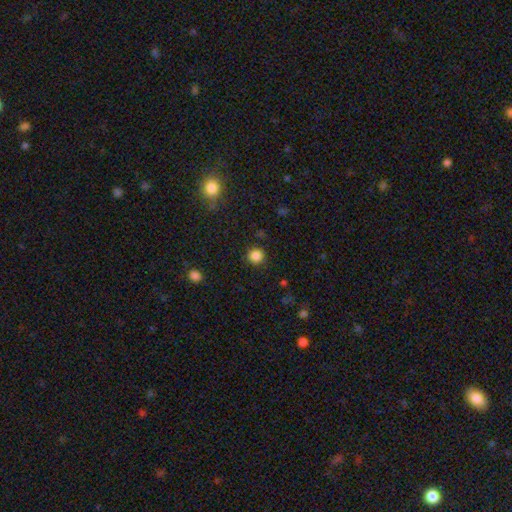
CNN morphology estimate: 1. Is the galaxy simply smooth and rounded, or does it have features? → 84% smooth, 12% star or artifact, 4% featured or disk.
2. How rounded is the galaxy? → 94% round, 5% in between, 1% cigar-shaped.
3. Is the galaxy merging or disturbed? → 90% none, 6% minor disturbance, 2% major disturbance, 1% merger.